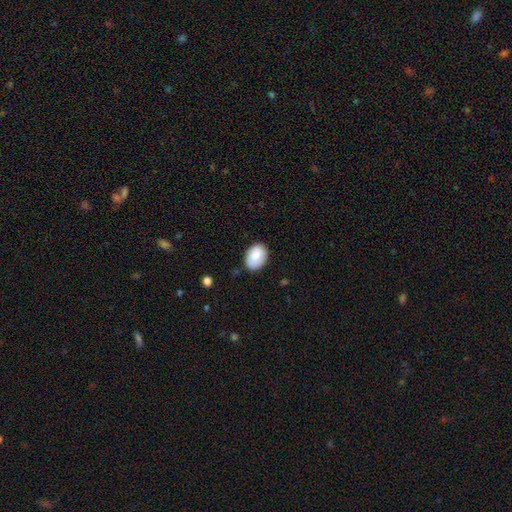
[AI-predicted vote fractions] Morphology: type=smooth (86%); roundness=in between (83%); merging=none (82%).